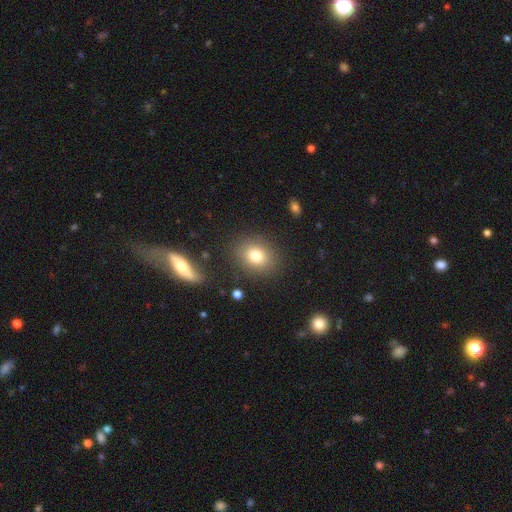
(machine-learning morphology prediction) smooth-or-featured: smooth: 79% | star or artifact: 11% | featured or disk: 10%
  how-rounded: round: 55% | in between: 44% | cigar-shaped: 1%
  merging: none: 85% | minor disturbance: 9% | major disturbance: 4% | merger: 2%